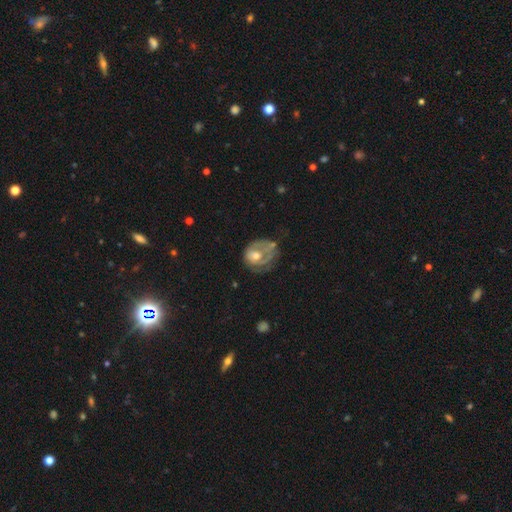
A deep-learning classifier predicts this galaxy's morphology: A featured or disk galaxy (53%) with no bar (80%), no spiral arms (55%) and a moderate central bulge (63%).

Vote fractions:
- Smooth or featured? featured or disk: 53% / smooth: 38% / star or artifact: 8%
- Edge-on disk? no: 97% / yes: 3%
- Bar? no: 80% / weak: 17% / strong: 3%
- Spiral arms? no: 55% / yes: 45%
- Bulge size? moderate: 63% / small: 25% / large: 7% / none: 4% / dominant: 1%
- Merging? none: 36% / major disturbance: 32% / minor disturbance: 26% / merger: 6%